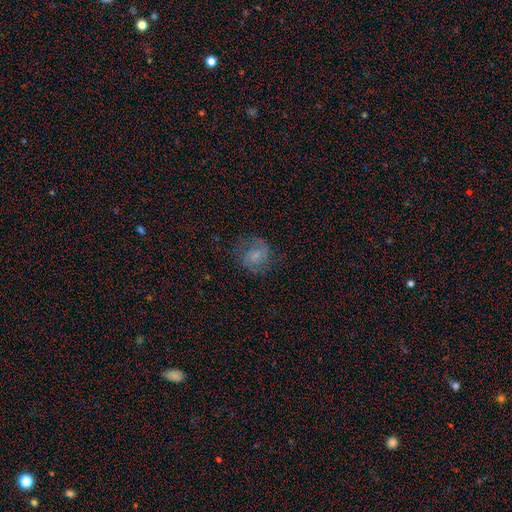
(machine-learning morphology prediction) Smooth or featured? smooth (45%)
Merging? none (62%)